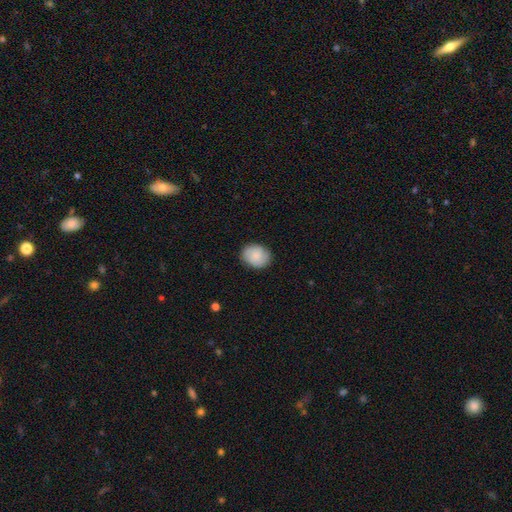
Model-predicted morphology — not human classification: type=smooth (82%); roundness=round (62%); merging=none (86%).